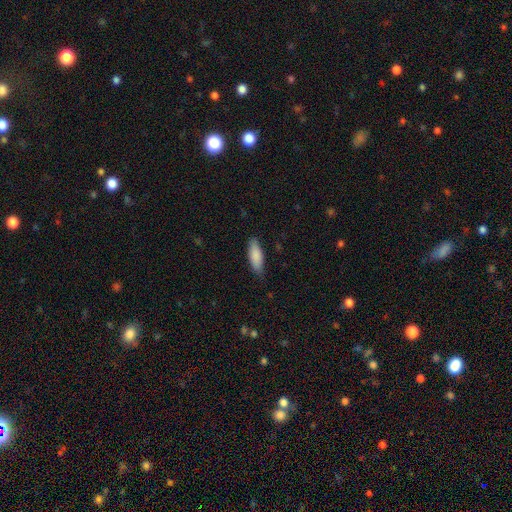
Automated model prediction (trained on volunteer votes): Smooth or featured? Predicted: smooth (p=0.86). How rounded? Predicted: in between (p=0.59). Merging? Predicted: none (p=0.82).